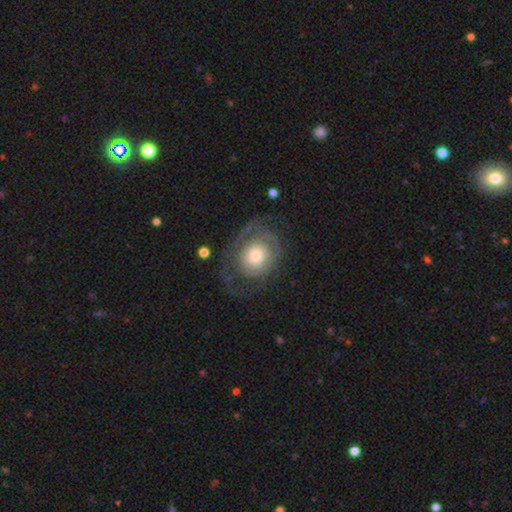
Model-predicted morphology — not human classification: Q: Smooth or featured?
A: featured or disk (72%); runner-up: smooth (22%)
Q: Edge-on disk?
A: no (97%); runner-up: yes (3%)
Q: Bar?
A: no (83%); runner-up: weak (14%)
Q: Spiral arms?
A: yes (80%); runner-up: no (20%)
Q: Spiral winding?
A: tight (60%); runner-up: medium (27%)
Q: Spiral arm count?
A: can't tell (37%); runner-up: 2 (34%)
Q: Bulge size?
A: moderate (43%); runner-up: small (36%)
Q: Merging?
A: none (60%); runner-up: major disturbance (21%)